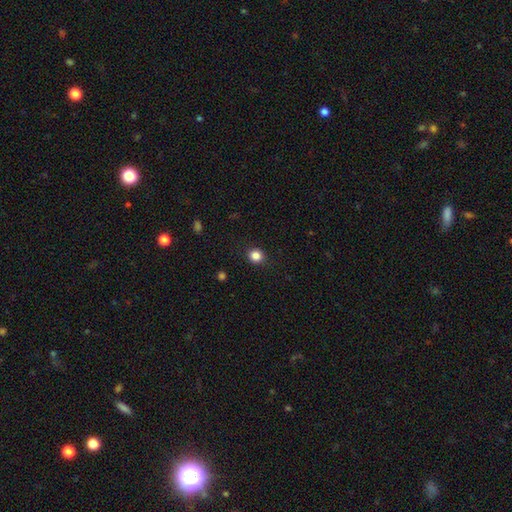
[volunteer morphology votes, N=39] smooth-or-featured: smooth: 92% | star or artifact: 8% | featured or disk: 0%
  how-rounded: round: 86% | in between: 14% | cigar-shaped: 0%
  merging: none: 97% | minor disturbance: 3% | major disturbance: 0% | merger: 0%